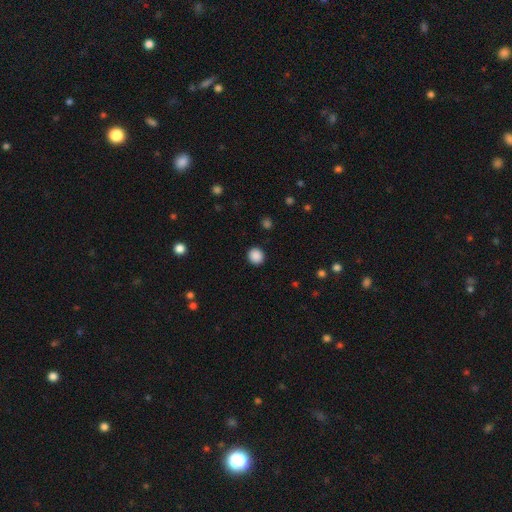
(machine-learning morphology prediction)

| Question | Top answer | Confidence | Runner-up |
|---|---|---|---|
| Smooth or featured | smooth | 88% | star or artifact (10%) |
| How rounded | round | 89% | in between (10%) |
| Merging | none | 91% | minor disturbance (6%) |